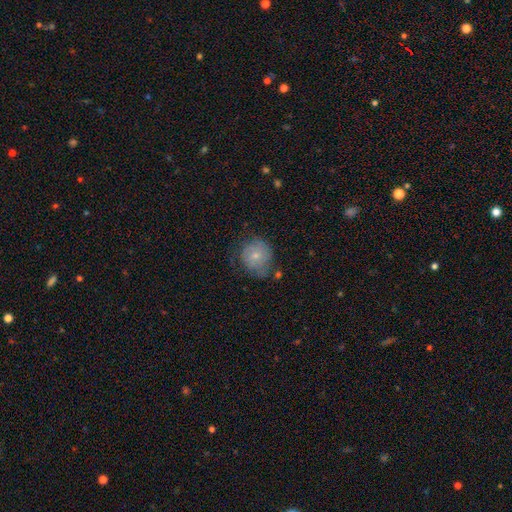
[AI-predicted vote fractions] A smooth galaxy with no disk features (69%) that is round (84%).

Vote fractions:
- Smooth or featured? smooth: 69% / featured or disk: 23% / star or artifact: 8%
- How rounded? round: 84% / in between: 15% / cigar-shaped: 1%
- Merging? none: 56% / minor disturbance: 29% / major disturbance: 11% / merger: 4%